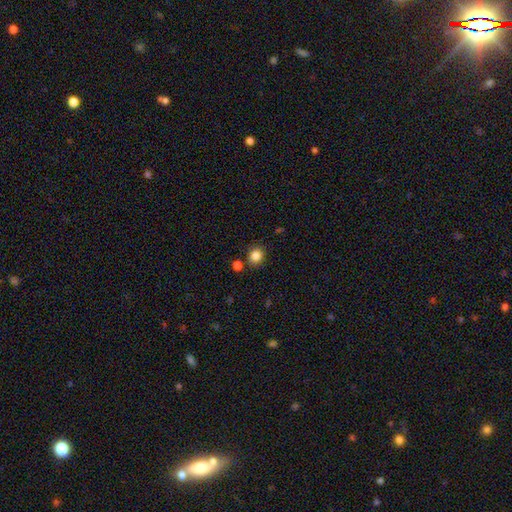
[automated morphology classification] The model was most divided on "how rounded": round: 79%, in between: 20%, cigar-shaped: 1%. More confident: smooth or featured — smooth (84%); merging — none (83%).